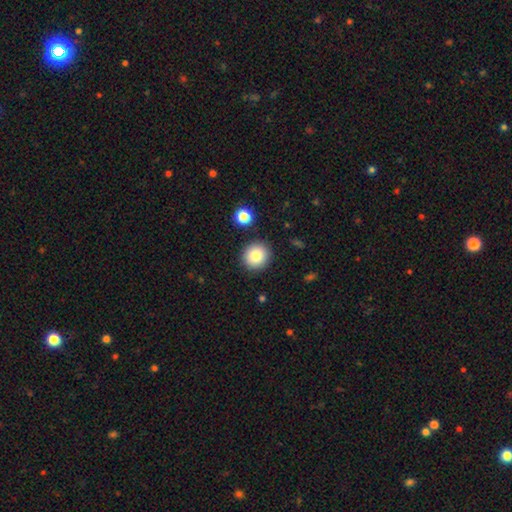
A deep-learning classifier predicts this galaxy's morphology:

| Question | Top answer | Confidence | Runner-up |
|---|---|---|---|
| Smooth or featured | smooth | 82% | star or artifact (10%) |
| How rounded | round | 90% | in between (9%) |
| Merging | none | 89% | minor disturbance (6%) |